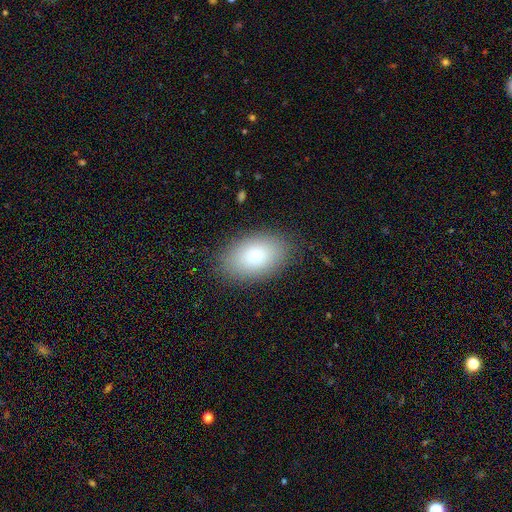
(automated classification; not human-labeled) Smooth or featured? Predicted: smooth (p=0.75). How rounded? Predicted: in between (p=0.87). Merging? Predicted: none (p=0.86).